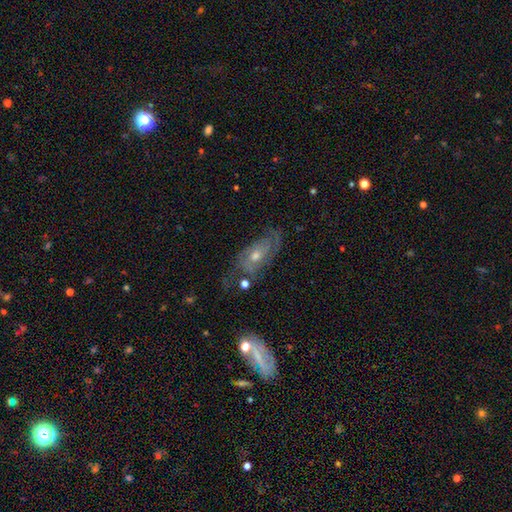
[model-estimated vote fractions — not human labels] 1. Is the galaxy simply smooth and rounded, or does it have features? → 72% featured or disk, 17% smooth, 11% star or artifact.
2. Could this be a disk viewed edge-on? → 90% no, 10% yes.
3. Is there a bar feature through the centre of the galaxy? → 70% no, 24% weak, 6% strong.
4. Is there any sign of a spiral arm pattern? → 82% yes, 18% no.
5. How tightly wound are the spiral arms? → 45% tight, 38% medium, 17% loose.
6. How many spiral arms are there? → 47% 2, 35% can't tell, 7% 1, 6% 3, 3% 4, 2% more than 4.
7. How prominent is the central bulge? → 58% moderate, 36% small, 3% large, 2% none, 1% dominant.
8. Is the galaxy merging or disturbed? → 60% none, 22% minor disturbance, 14% major disturbance, 4% merger.